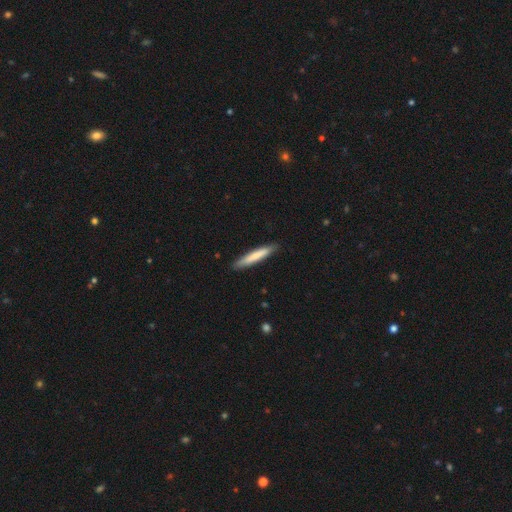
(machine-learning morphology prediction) type=smooth (74%); roundness=cigar-shaped (94%); merging=none (88%).